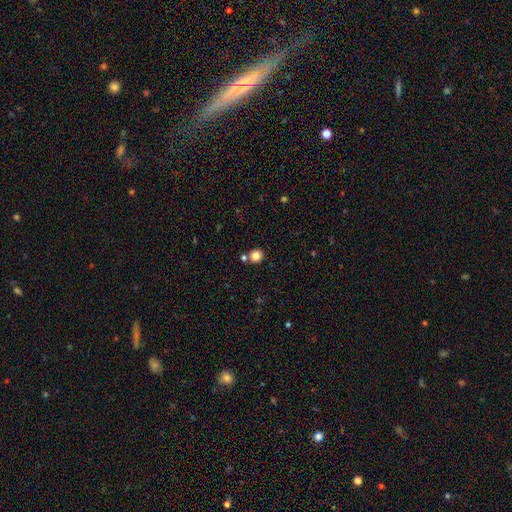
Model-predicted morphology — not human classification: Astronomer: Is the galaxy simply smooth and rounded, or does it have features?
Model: smooth — 83%.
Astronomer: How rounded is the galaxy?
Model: round — 92%.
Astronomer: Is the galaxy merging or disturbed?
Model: none — 77%.